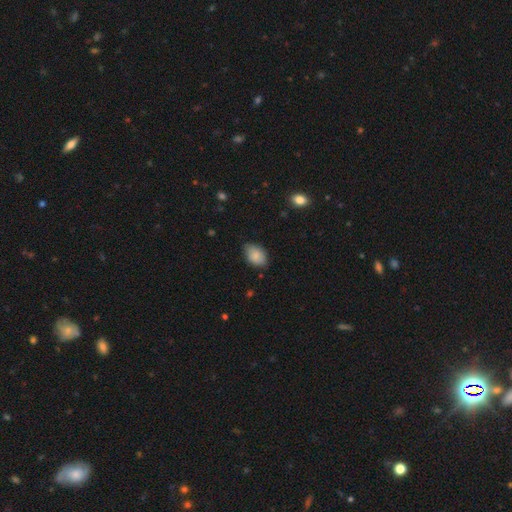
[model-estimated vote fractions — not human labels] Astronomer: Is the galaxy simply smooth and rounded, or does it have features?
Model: smooth — 86%.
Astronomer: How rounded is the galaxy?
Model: in between — 86%.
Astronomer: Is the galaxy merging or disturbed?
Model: none — 76%.